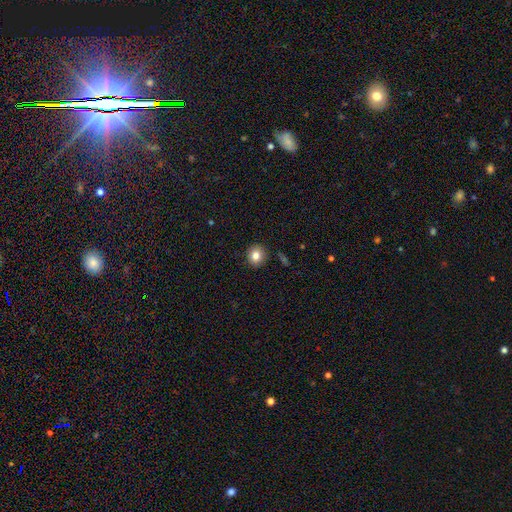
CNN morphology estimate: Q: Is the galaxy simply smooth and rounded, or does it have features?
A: smooth — 82%.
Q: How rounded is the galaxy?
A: round — 83%.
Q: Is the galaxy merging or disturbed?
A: none — 90%.